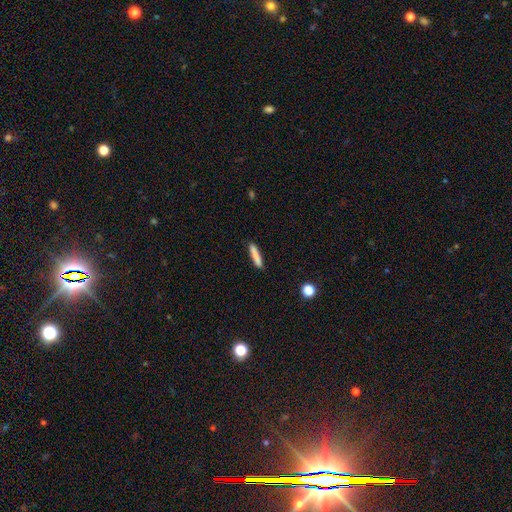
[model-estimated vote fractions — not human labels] Q: Smooth or featured?
A: smooth (83%); runner-up: featured or disk (10%)
Q: How rounded?
A: cigar-shaped (90%); runner-up: in between (8%)
Q: Merging?
A: none (86%); runner-up: minor disturbance (10%)